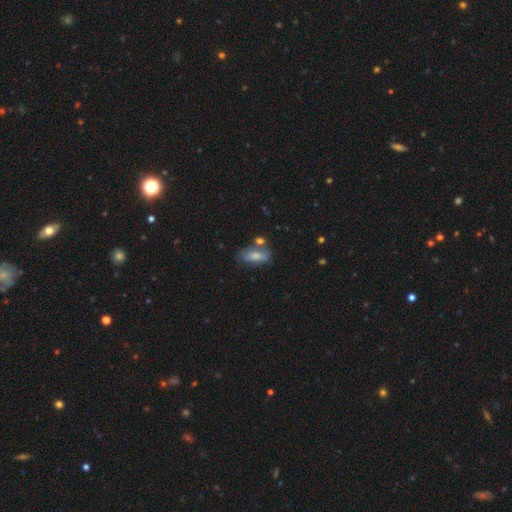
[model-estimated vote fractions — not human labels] This appears to be a smooth galaxy with no disk features (71%) that is in between round and cigar-shaped (78%). Merging: none (58%).